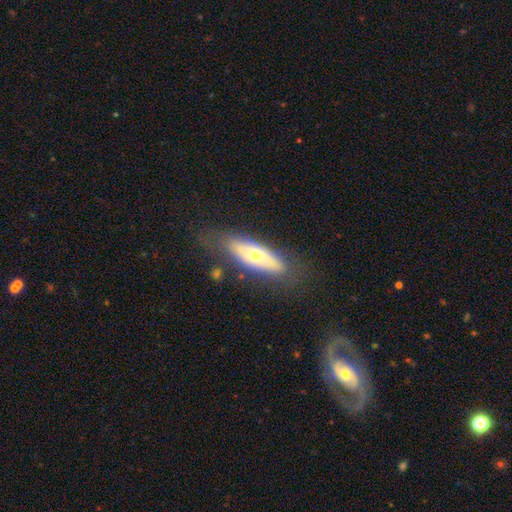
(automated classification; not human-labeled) Smooth or featured? Predicted: smooth (p=0.51). How rounded? Predicted: in between (p=0.55). Merging? Predicted: none (p=0.75).